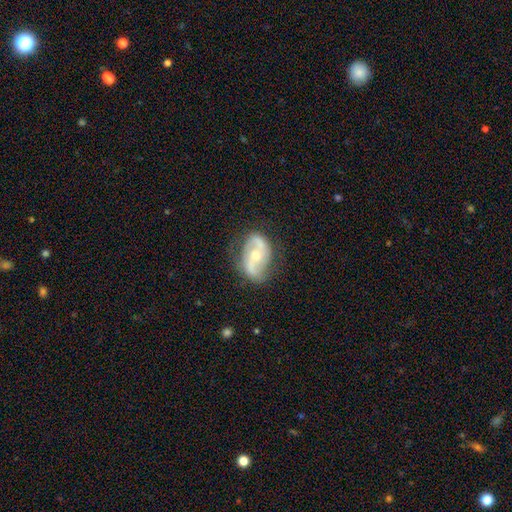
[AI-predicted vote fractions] A featured or disk galaxy (80%) with no bar (48%), 2 (89%) loose (41%, tied with medium) spiral arms (89%) and a moderate central bulge (62%).

Vote fractions:
- Smooth or featured? featured or disk: 80% / smooth: 14% / star or artifact: 6%
- Edge-on disk? no: 96% / yes: 4%
- Bar? no: 48% / weak: 33% / strong: 20%
- Spiral arms? yes: 89% / no: 11%
- Spiral winding? loose: 41% (tied) / medium: 41% (tied) / tight: 18%
- Spiral arm count? 2: 89% / can't tell: 6% / 1: 2% / 3: 1% / 4: 1% / more than 4: 1%
- Bulge size? moderate: 62% / small: 33% / large: 3% / none: 1% / dominant: 1%
- Merging? none: 75% / minor disturbance: 17% / major disturbance: 6% / merger: 1%